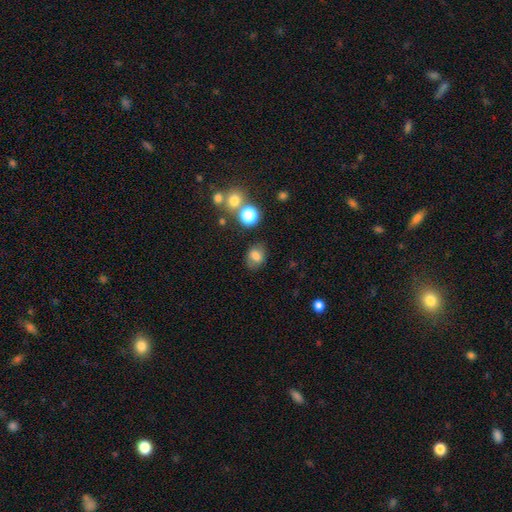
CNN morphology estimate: A smooth galaxy with no disk features (73%) that is in between round and cigar-shaped (55%). Merging: none (73%).